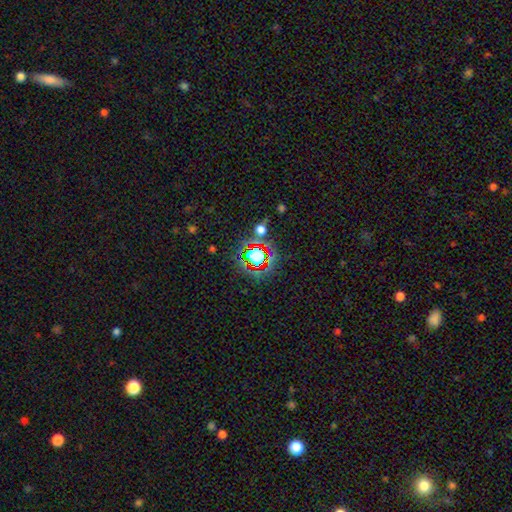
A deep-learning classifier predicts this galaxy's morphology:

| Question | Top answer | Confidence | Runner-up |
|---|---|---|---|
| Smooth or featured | star or artifact | 61% | smooth (26%) |